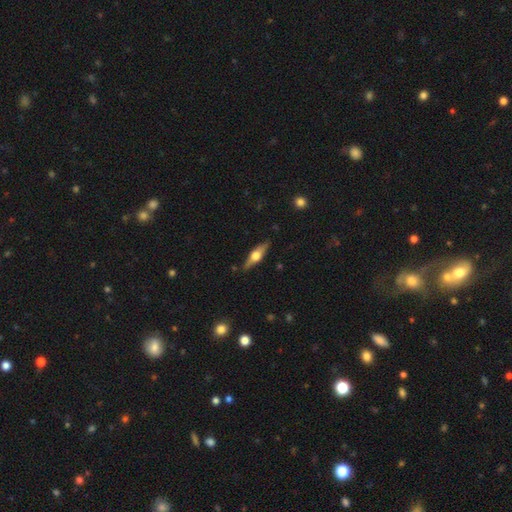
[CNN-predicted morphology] Smooth or featured?
  - featured or disk: 64% *
  - smooth: 31%
  - star or artifact: 6%
Edge-on disk?
  - yes: 95% *
  - no: 5%
Edge-on bulge?
  - rounded: 94% *
  - boxy: 4%
  - none: 2%
Merging?
  - none: 86% *
  - minor disturbance: 10%
  - major disturbance: 2%
  - merger: 1%